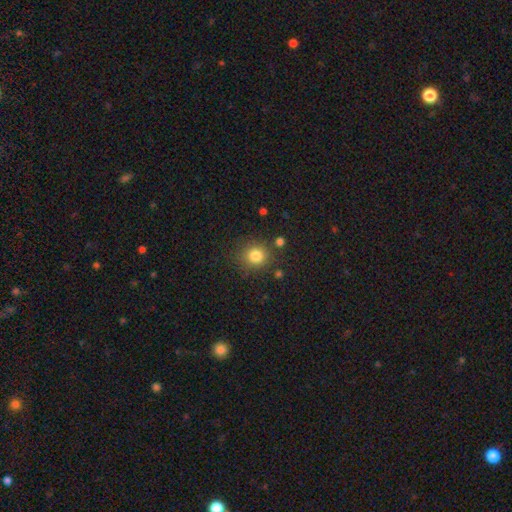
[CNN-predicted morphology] A smooth galaxy with no disk features (82%) that is round (86%). Merging: none (83%).